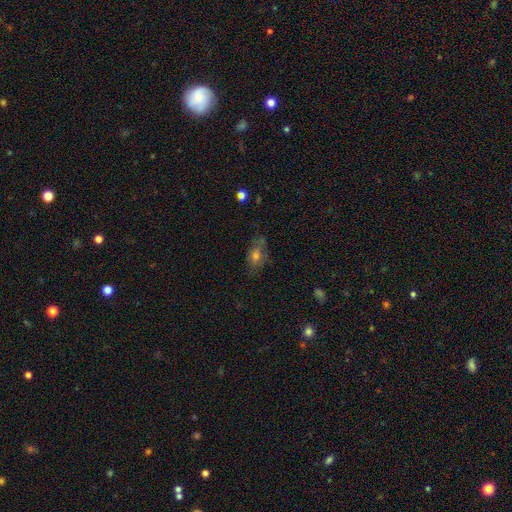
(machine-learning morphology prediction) The model was most divided on "merging": none: 60%, minor disturbance: 26%, major disturbance: 11%, merger: 3%. More confident: how rounded — in between (77%); smooth or featured — smooth (62%).